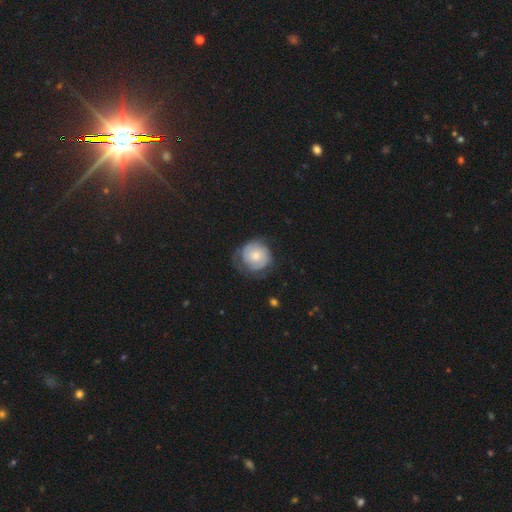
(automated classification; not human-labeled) Overall: featured or disk (56%; smooth 38%). Edge-on disk: no (98%). Bar: no (79%). Spiral arms: yes (82%). Bulge size: small (47%; moderate 44%). Merging: none (58%; minor disturbance 26%).